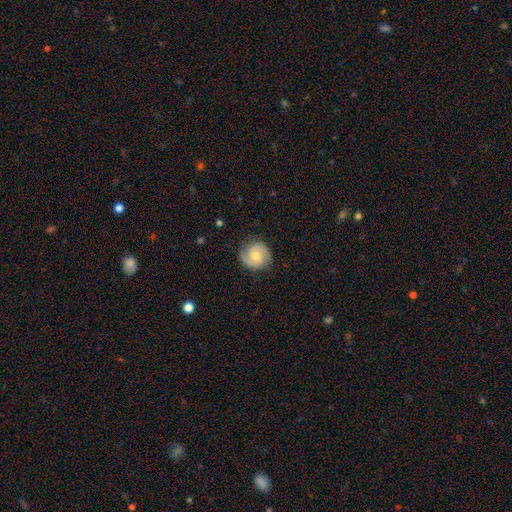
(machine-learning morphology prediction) Overall: featured or disk (73%). Edge-on disk: no (98%). Bar: no (52%; weak 41%). Spiral arms: yes (95%). Spiral arm count: 2 (89%). Spiral winding: medium (46%; tight 38%). Bulge size: moderate (50%; small 43%). Merging: none (84%).